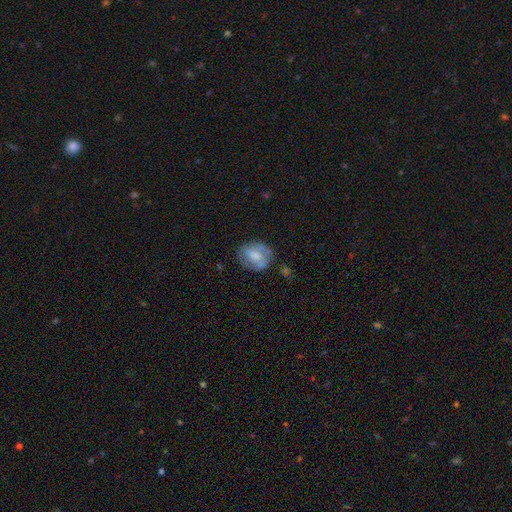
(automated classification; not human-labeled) Q: Smooth or featured?
A: smooth (51%); runner-up: featured or disk (41%)
Q: How rounded?
A: in between (51%); runner-up: round (47%)
Q: Merging?
A: none (64%); runner-up: minor disturbance (23%)